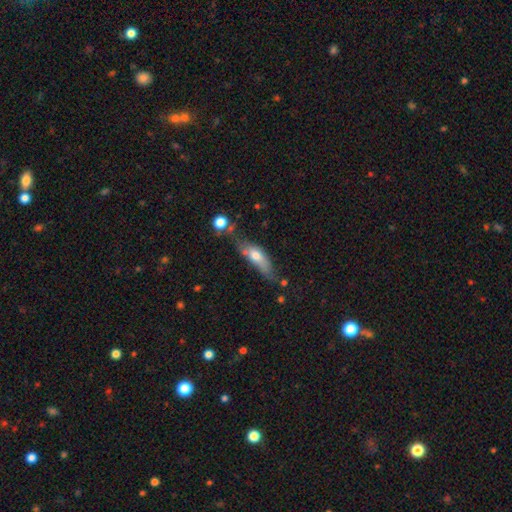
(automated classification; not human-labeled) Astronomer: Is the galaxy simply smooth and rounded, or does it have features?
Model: smooth — 58% (runner-up: featured or disk, 35%).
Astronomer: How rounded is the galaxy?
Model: in between — 50% (runner-up: cigar-shaped, 47%).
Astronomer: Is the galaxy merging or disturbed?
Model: none — 42% (runner-up: minor disturbance, 29%).